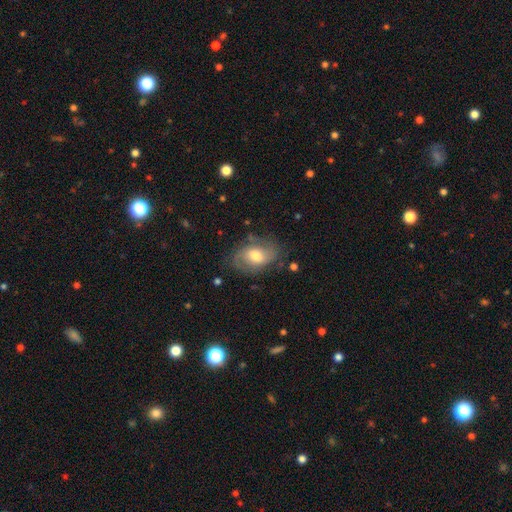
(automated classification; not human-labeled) This is possibly a featured or disk galaxy (52%). It is clearly not viewed edge-on (95%). Merging: likely none (64%).